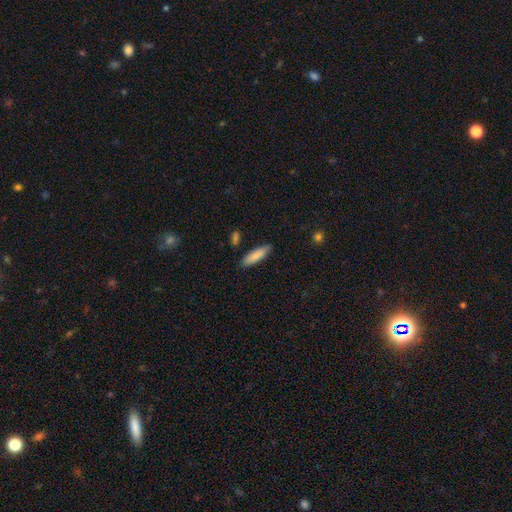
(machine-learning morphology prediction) Smooth or featured? smooth (84%)
How rounded? cigar-shaped (57%)
Merging? none (84%)